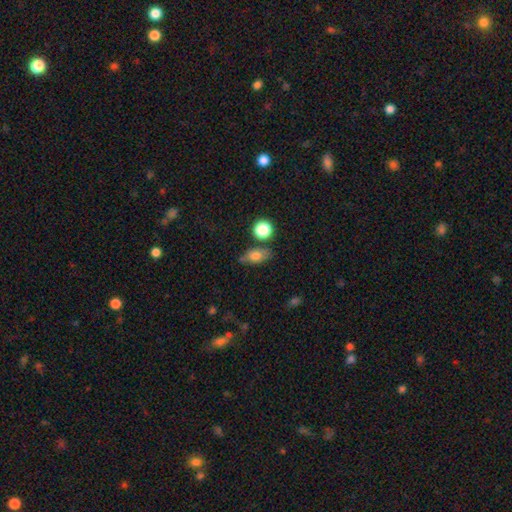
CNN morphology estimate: type=smooth (74%); roundness=in between (76%); merging=none (67%).